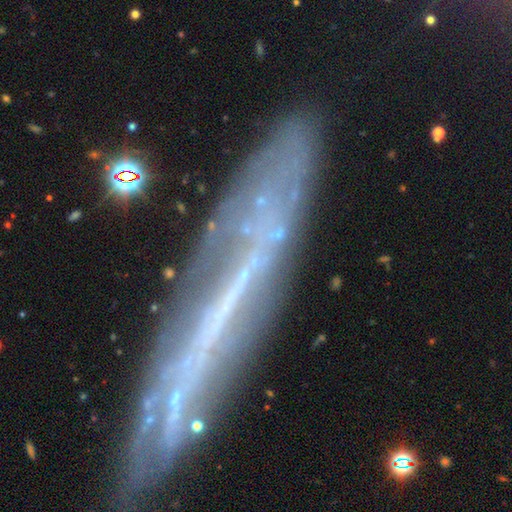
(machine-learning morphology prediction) smooth_or_featured: featured or disk (p=0.66) [alt: smooth p=0.22]
disk_edge_on: yes (p=0.68) [alt: no p=0.32]
merging: none (p=0.68) [alt: minor disturbance p=0.19]